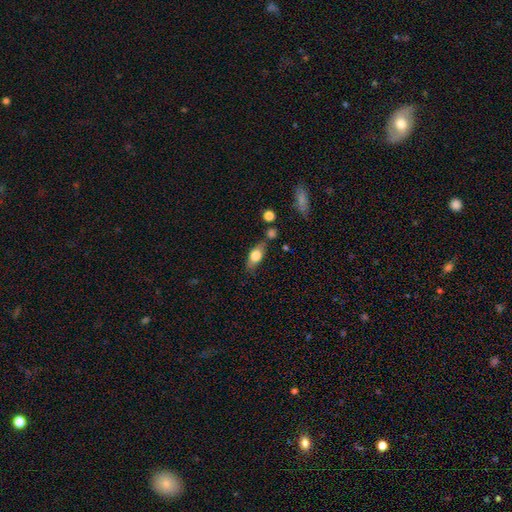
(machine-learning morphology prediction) Q: Smooth or featured?
A: smooth (67%); runner-up: featured or disk (25%)
Q: How rounded?
A: in between (76%); runner-up: cigar-shaped (16%)
Q: Merging?
A: none (68%); runner-up: minor disturbance (19%)